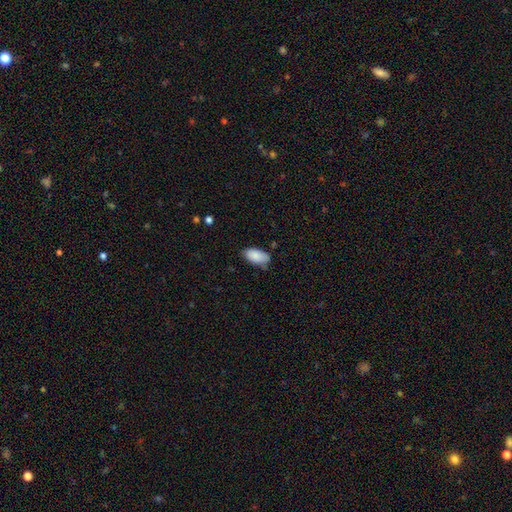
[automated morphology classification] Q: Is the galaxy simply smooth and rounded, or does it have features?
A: smooth — 87%.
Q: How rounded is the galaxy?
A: in between — 95%.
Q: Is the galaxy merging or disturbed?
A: none — 71%.